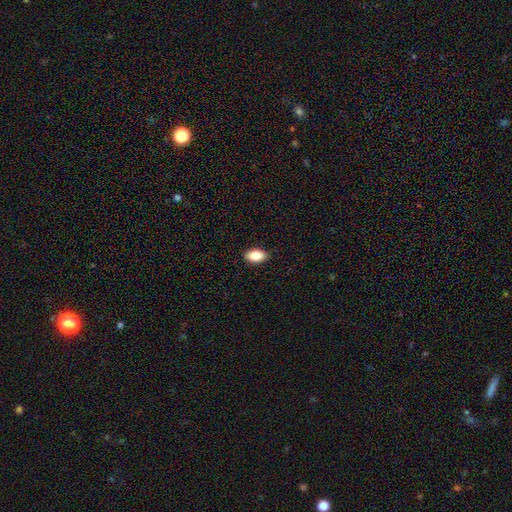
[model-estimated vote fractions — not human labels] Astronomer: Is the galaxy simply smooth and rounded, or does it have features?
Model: smooth — 86%.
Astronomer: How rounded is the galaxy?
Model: in between — 91%.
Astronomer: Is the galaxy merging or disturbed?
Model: none — 90%.